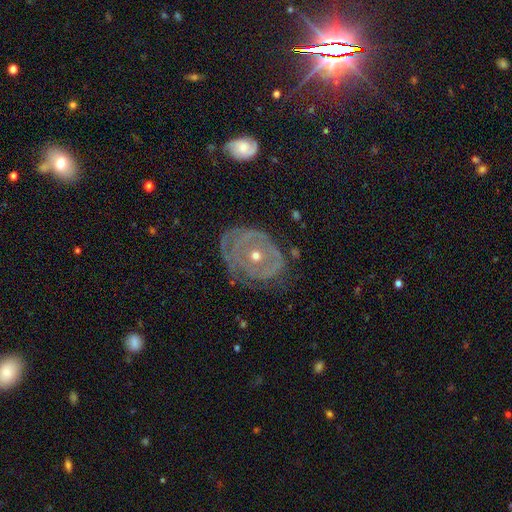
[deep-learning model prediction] Smooth or featured?
  - featured or disk: 76% *
  - smooth: 16%
  - star or artifact: 8%
Edge-on disk?
  - no: 96% *
  - yes: 4%
Bar?
  - no: 83% *
  - weak: 13%
  - strong: 4%
Spiral arms?
  - yes: 64% *
  - no: 36%
Bulge size?
  - small: 49% *
  - moderate: 48%
  - large: 1%
  - none: 1%
  - dominant: 1%
Merging?
  - none: 53% *
  - minor disturbance: 26%
  - major disturbance: 18%
  - merger: 2%